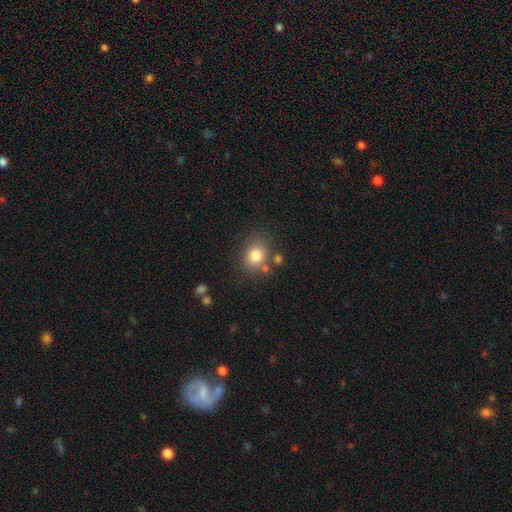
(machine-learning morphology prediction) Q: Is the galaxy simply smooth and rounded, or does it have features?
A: smooth — 81%.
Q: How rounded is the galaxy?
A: round — 61%.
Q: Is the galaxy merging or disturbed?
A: none — 72%.